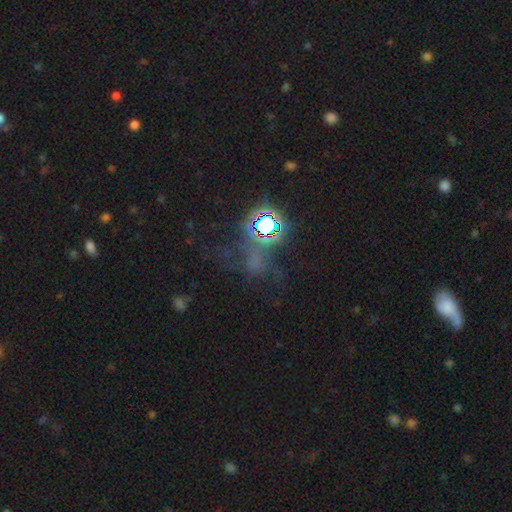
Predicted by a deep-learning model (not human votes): This is likely a star or artifact rather than a galaxy (69%).